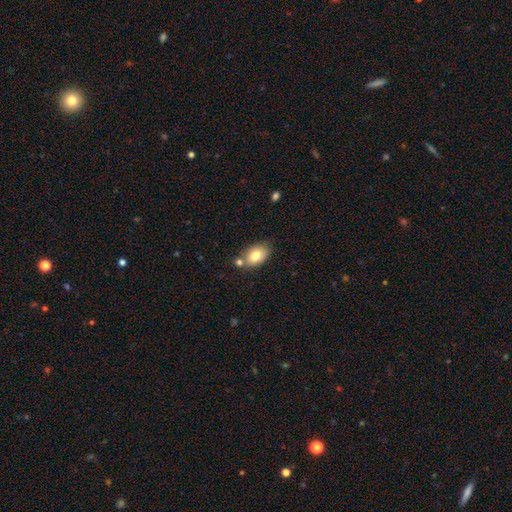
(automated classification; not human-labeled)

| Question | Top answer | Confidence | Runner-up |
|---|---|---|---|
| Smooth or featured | smooth | 79% | featured or disk (14%) |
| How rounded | in between | 88% | round (11%) |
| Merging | none | 60% | merger (20%) |